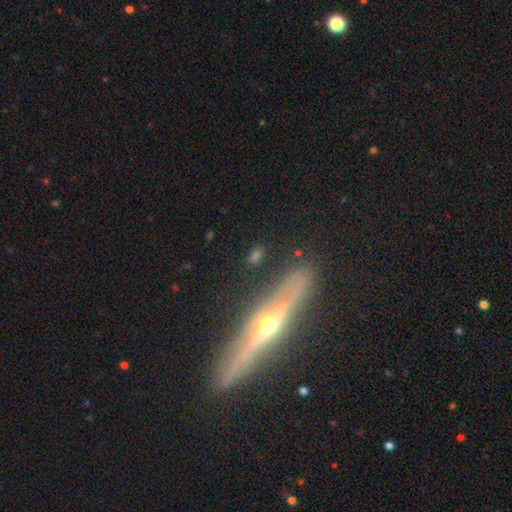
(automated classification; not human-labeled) Smooth or featured: smooth — 47% (featured or disk — 37%)
Merging: none — 78% (minor disturbance — 12%)